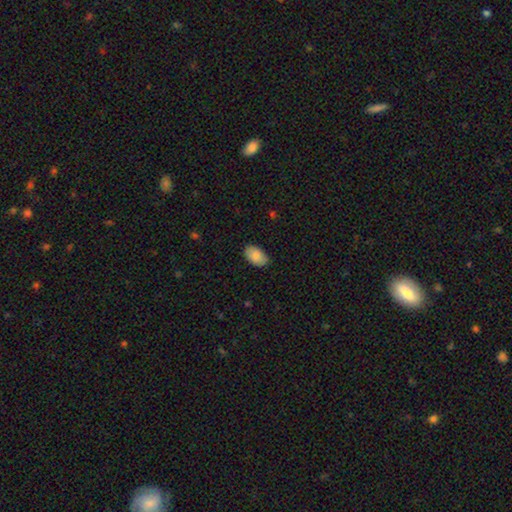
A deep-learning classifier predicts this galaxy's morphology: A smooth galaxy with no disk features (88%) that is in between round and cigar-shaped (93%).

Vote fractions:
- Smooth or featured? smooth: 88% / star or artifact: 6% / featured or disk: 6%
- How rounded? in between: 93% / round: 5% / cigar-shaped: 1%
- Merging? none: 84% / minor disturbance: 13% / major disturbance: 2% / merger: 1%